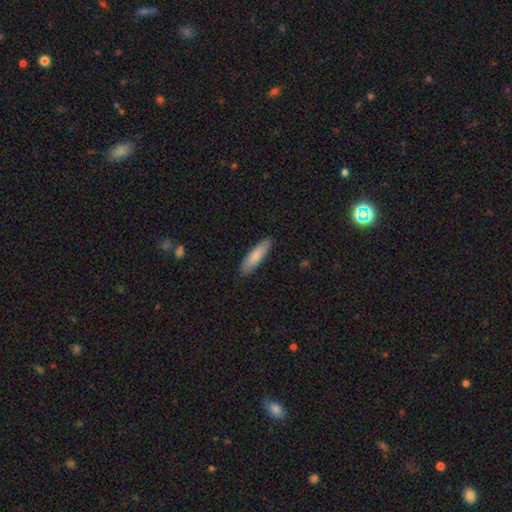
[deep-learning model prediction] Smooth or featured?
  - smooth: 84% *
  - featured or disk: 11%
  - star or artifact: 5%
How rounded?
  - cigar-shaped: 64% *
  - in between: 35%
  - round: 1%
Merging?
  - none: 88% *
  - minor disturbance: 9%
  - major disturbance: 2%
  - merger: 1%